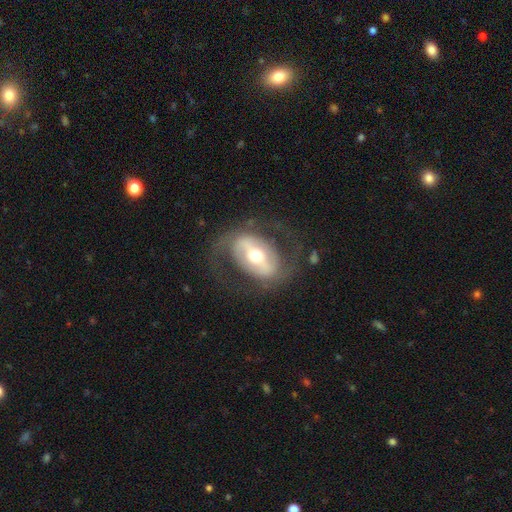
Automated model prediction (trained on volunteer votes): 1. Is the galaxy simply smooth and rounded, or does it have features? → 72% featured or disk, 22% smooth, 6% star or artifact.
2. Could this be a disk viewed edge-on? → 93% no, 7% yes.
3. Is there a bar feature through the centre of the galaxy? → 51% strong, 27% weak, 22% no.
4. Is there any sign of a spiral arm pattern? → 52% yes, 48% no.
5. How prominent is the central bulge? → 69% moderate, 16% small, 12% large, 2% dominant, 1% none.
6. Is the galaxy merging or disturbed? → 68% none, 16% major disturbance, 14% minor disturbance, 1% merger.